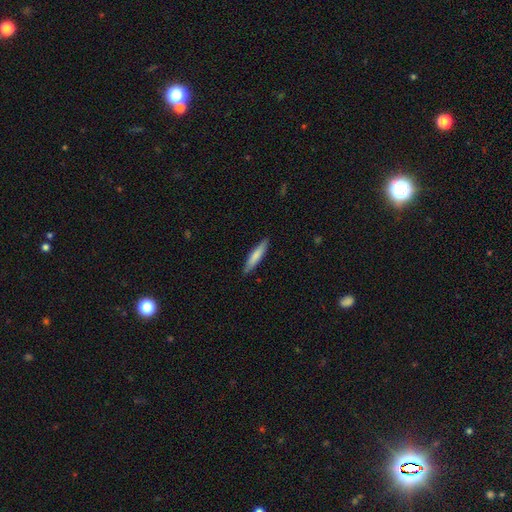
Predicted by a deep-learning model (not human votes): Smooth or featured? smooth (75%)
How rounded? cigar-shaped (87%)
Merging? none (87%)